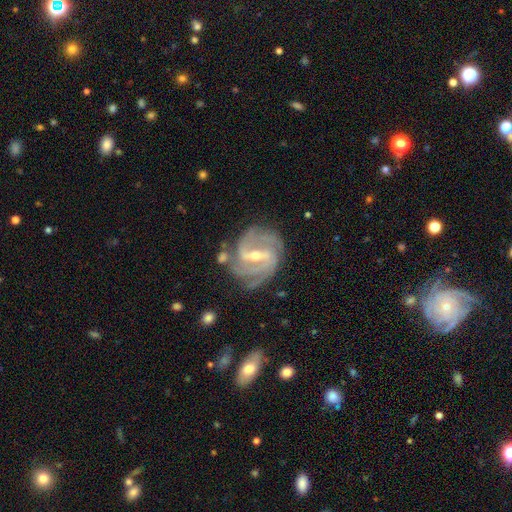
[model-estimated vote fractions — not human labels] Morphology: type=featured or disk (91%); edge-on=no (97%); bar=strong (55%); spiral arms=yes (98%); winding=tight (49%); arm count=3 (36%); bulge=moderate (49%); merging=none (72%).